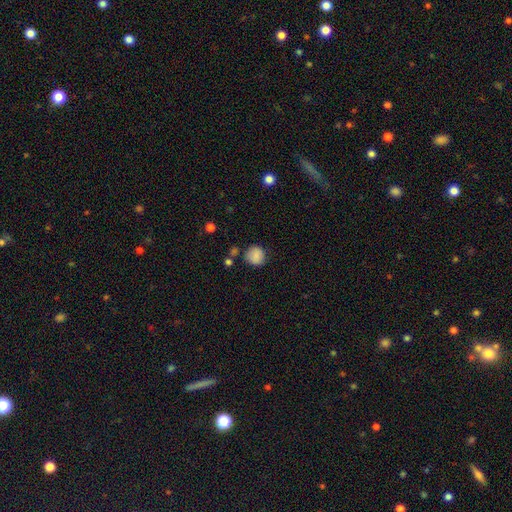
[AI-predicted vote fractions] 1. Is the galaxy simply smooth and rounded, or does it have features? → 86% smooth, 9% star or artifact, 5% featured or disk.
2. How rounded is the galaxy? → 90% round, 9% in between, 1% cigar-shaped.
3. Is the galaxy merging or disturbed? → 76% none, 14% minor disturbance, 6% merger, 4% major disturbance.